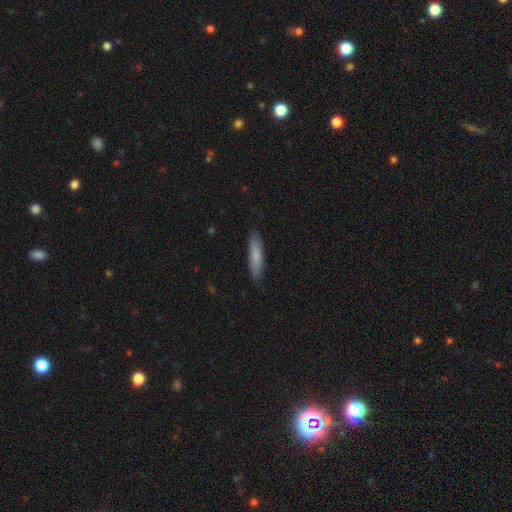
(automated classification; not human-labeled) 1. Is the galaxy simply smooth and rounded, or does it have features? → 79% smooth, 15% featured or disk, 6% star or artifact.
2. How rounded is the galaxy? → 82% cigar-shaped, 17% in between, 1% round.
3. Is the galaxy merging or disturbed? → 87% none, 10% minor disturbance, 2% major disturbance, 1% merger.